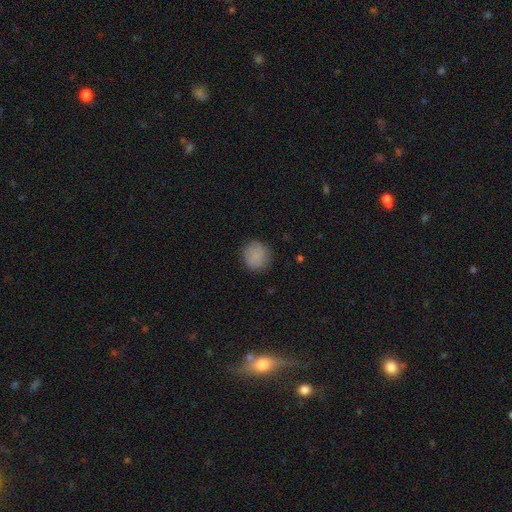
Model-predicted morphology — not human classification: type=smooth (83%); roundness=round (90%); merging=none (84%).